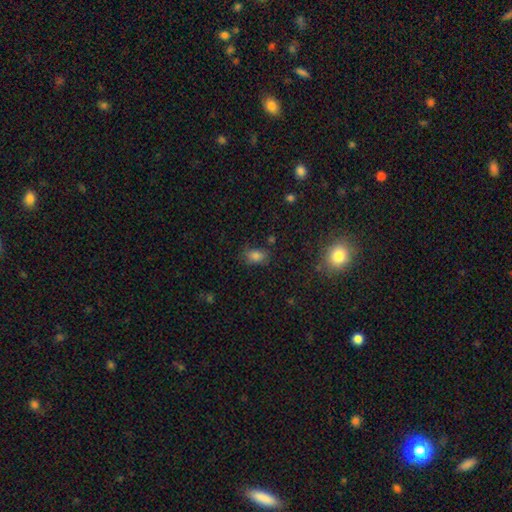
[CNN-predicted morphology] Smooth or featured? Predicted: smooth (p=0.78). How rounded? Predicted: in between (p=0.81). Merging? Predicted: none (p=0.70).